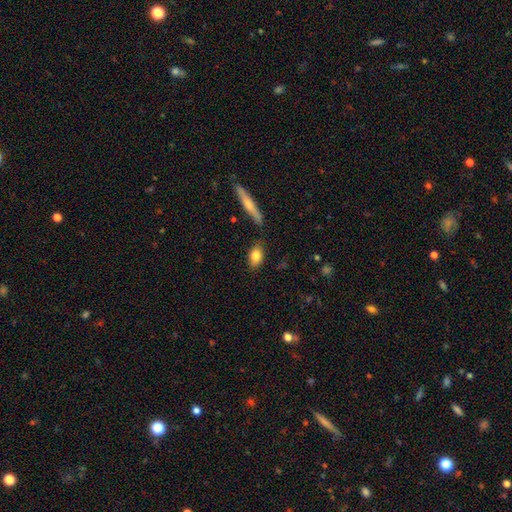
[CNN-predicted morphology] Smooth or featured?
  - smooth: 81% *
  - featured or disk: 12%
  - star or artifact: 7%
How rounded?
  - in between: 85% *
  - round: 8%
  - cigar-shaped: 6%
Merging?
  - none: 81% *
  - minor disturbance: 12%
  - merger: 4%
  - major disturbance: 3%